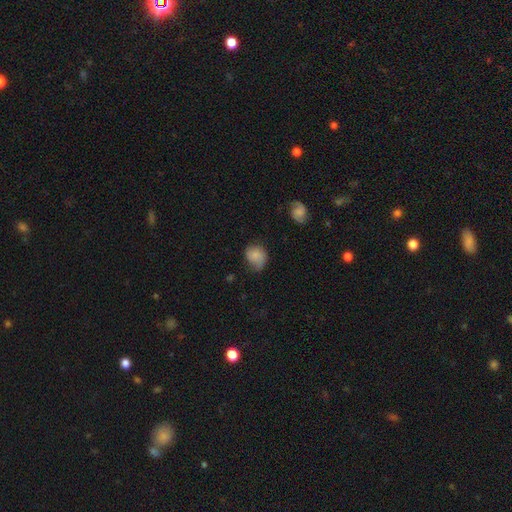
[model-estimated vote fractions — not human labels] The model was most divided on "merging": none: 49%, minor disturbance: 36%, major disturbance: 13%, merger: 2%. More confident: smooth or featured — smooth (72%); how rounded — round (60%).